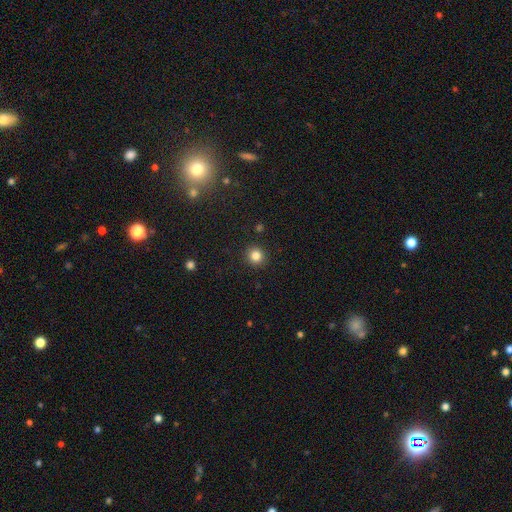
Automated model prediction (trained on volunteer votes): This appears to be a smooth galaxy with no disk features (83%) that is round (92%). Merging: none (92%).